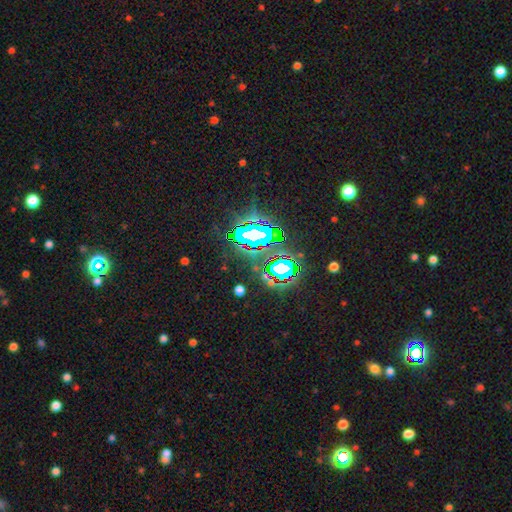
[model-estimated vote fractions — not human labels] This appears to be a star or artifact, not a galaxy (82%).